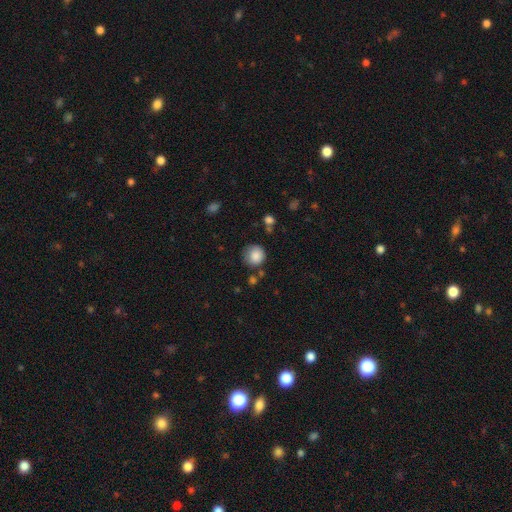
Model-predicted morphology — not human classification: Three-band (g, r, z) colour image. It shows a smooth galaxy with no disk features (86%) that is round (90%). Merging: none (72%).